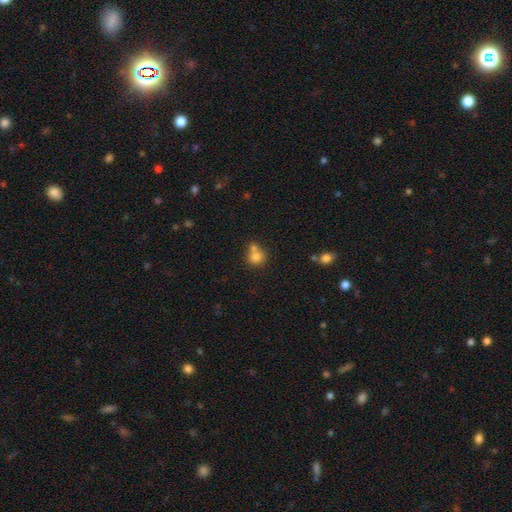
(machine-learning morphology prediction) smooth-or-featured: smooth: 79% | star or artifact: 11% | featured or disk: 10%
  how-rounded: round: 81% | in between: 18% | cigar-shaped: 1%
  merging: merger: 45% | none: 43% | minor disturbance: 9% | major disturbance: 4%